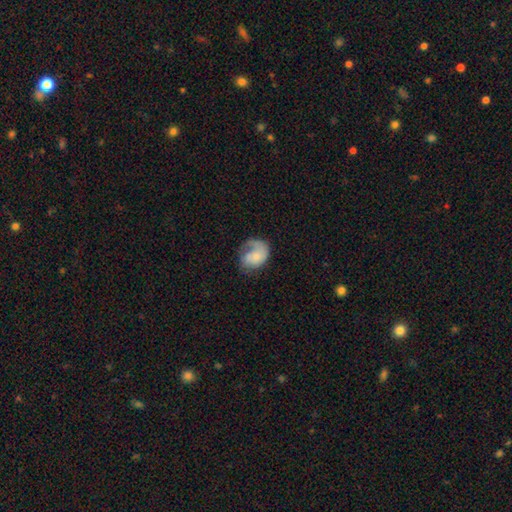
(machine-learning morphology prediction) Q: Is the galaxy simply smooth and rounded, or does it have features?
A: smooth — 48%.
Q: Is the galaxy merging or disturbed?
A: major disturbance — 36%, tied with none.